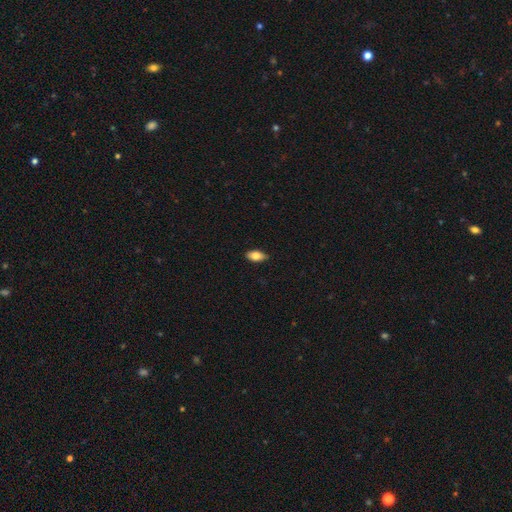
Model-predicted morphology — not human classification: The model was most divided on "smooth or featured": smooth: 80%, featured or disk: 13%, star or artifact: 7%. More confident: how rounded — in between (90%); merging — none (86%).